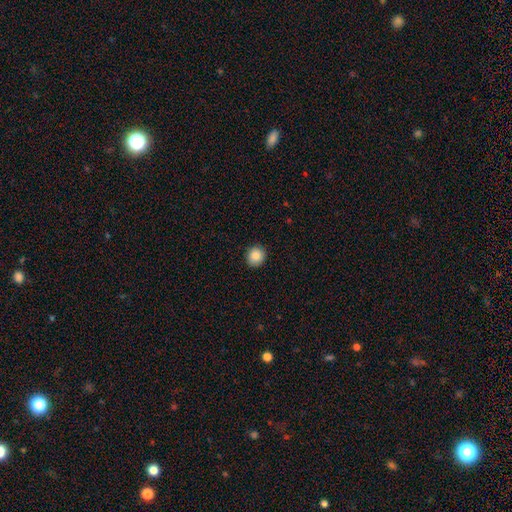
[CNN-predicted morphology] Overall: smooth (87%). How rounded: round (87%). Merging: none (91%).